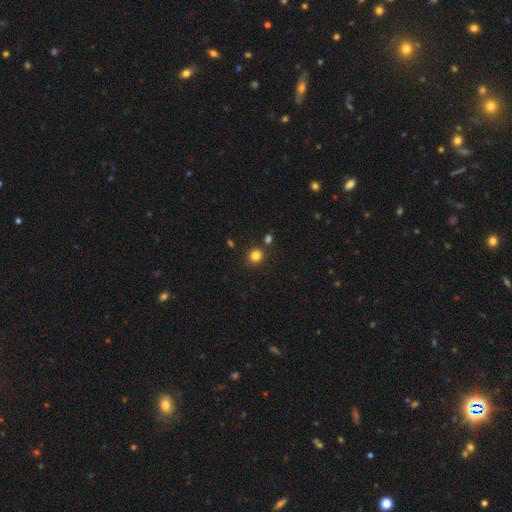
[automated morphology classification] This appears to be a smooth galaxy with no disk features (82%) that is round (90%). Merging: none (84%).